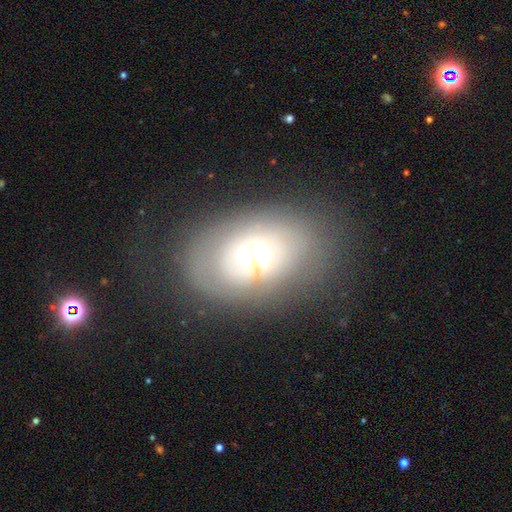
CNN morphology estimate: Smooth or featured? Predicted: featured or disk (p=0.48). Merging? Predicted: none (p=0.61).